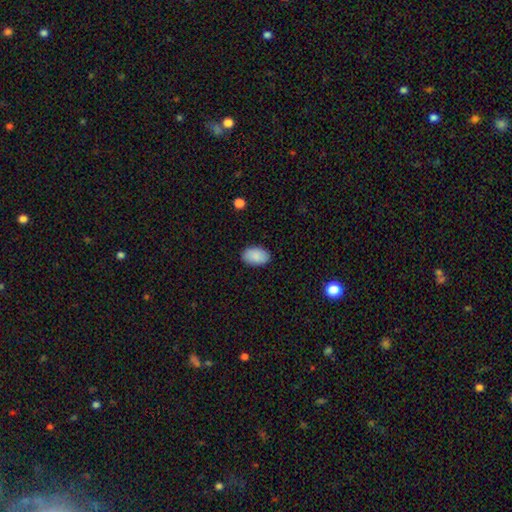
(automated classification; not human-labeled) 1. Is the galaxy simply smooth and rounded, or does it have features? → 89% smooth, 6% star or artifact, 4% featured or disk.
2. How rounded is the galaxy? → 92% in between, 7% round, 1% cigar-shaped.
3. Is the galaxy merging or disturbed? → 88% none, 9% minor disturbance, 2% major disturbance, 1% merger.